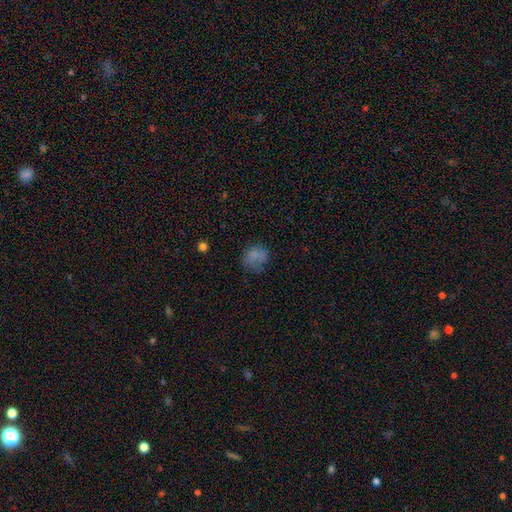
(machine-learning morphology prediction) Smooth or featured? Predicted: smooth (p=0.74). How rounded? Predicted: round (p=0.79). Merging? Predicted: none (p=0.59).